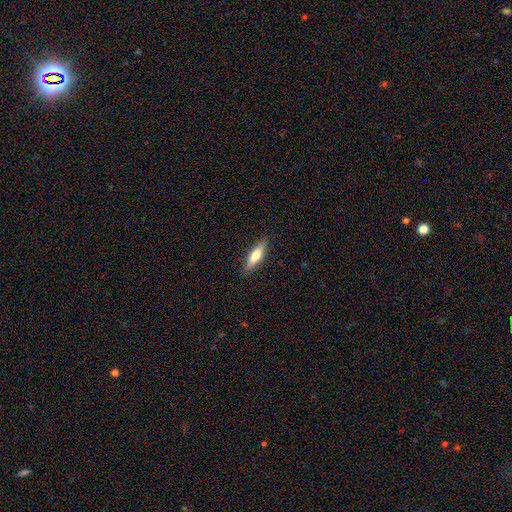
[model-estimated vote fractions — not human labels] smooth_or_featured: smooth (p=0.71) [alt: featured or disk p=0.23]
how_rounded: cigar-shaped (p=0.60) [alt: in between p=0.38]
merging: none (p=0.88) [alt: minor disturbance p=0.09]